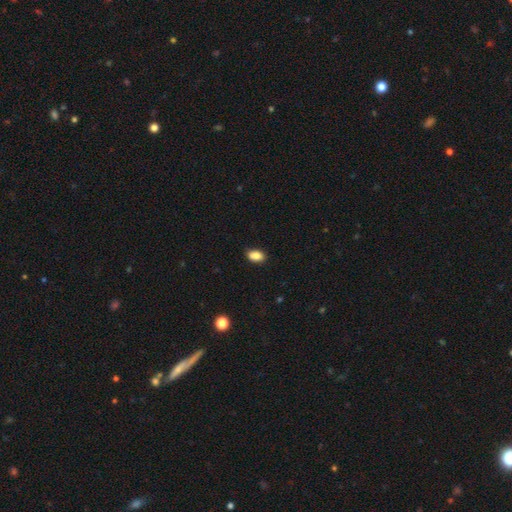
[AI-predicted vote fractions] Overall: smooth (87%). How rounded: in between (87%). Merging: none (86%).